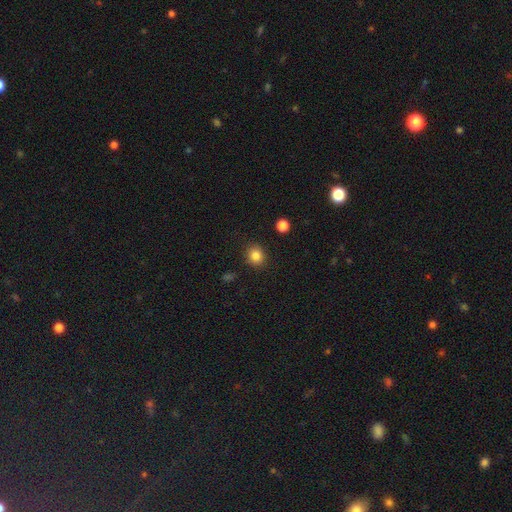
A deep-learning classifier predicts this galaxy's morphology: Smooth or featured? smooth (84%)
How rounded? round (80%)
Merging? none (89%)